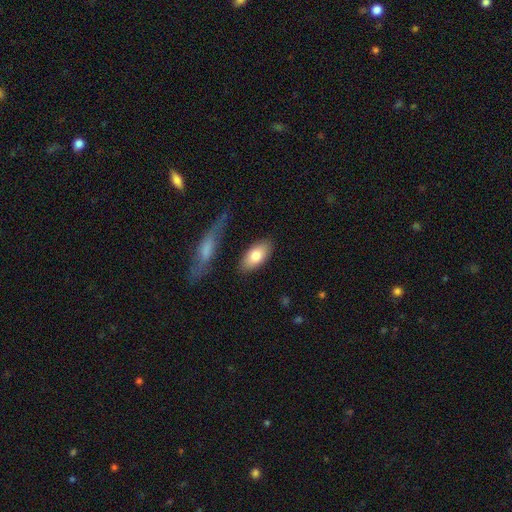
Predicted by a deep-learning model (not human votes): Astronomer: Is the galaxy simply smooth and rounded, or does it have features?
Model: smooth — 77%.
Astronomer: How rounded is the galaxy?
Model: in between — 90%.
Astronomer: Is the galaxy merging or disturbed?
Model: none — 78%.